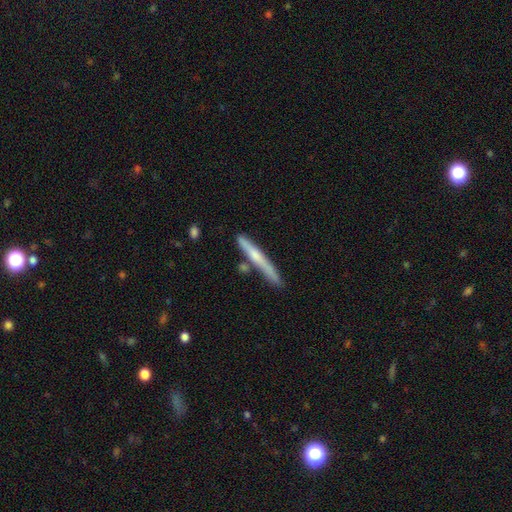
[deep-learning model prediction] Smooth or featured: featured or disk — 47% (tied with smooth — 47%)
Merging: none — 74% (minor disturbance — 15%)